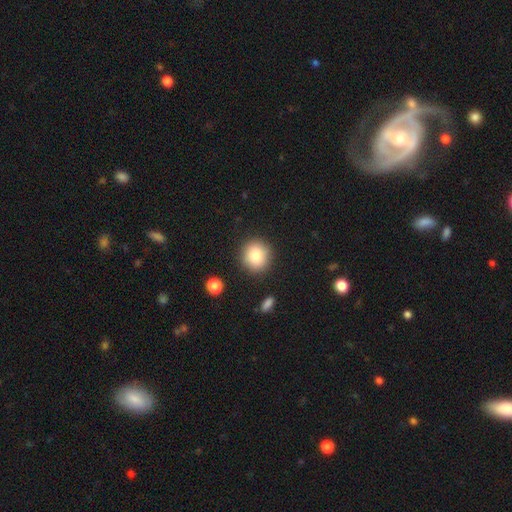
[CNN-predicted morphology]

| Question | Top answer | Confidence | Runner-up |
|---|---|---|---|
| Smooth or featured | smooth | 82% | star or artifact (10%) |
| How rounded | round | 88% | in between (11%) |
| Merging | none | 88% | minor disturbance (8%) |